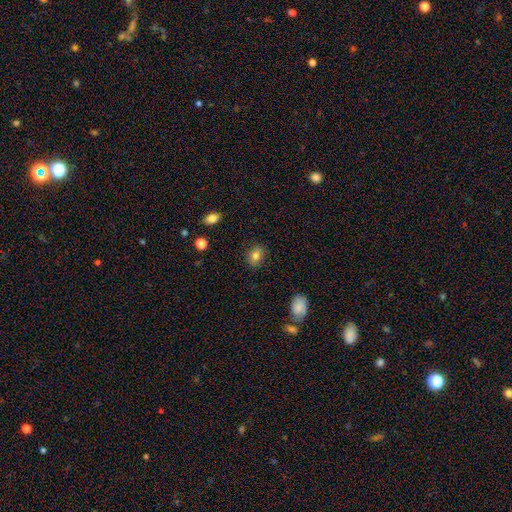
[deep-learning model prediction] Q: Smooth or featured?
A: smooth (79%); runner-up: featured or disk (11%)
Q: How rounded?
A: in between (62%); runner-up: round (36%)
Q: Merging?
A: none (86%); runner-up: minor disturbance (11%)